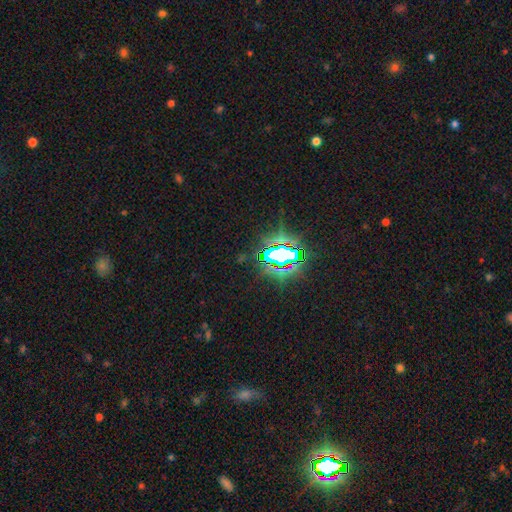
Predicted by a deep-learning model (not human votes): star or artifact 83%, smooth 10%, featured or disk 7%.